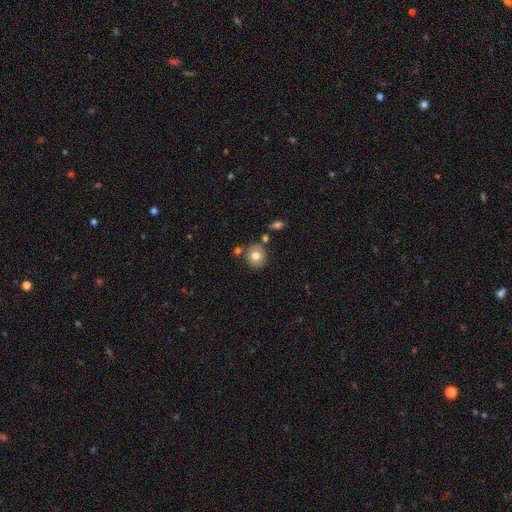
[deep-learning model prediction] A smooth galaxy with no disk features (77%) that is round (83%).

Vote fractions:
- Smooth or featured? smooth: 77% / featured or disk: 14% / star or artifact: 9%
- How rounded? round: 83% / in between: 16% / cigar-shaped: 1%
- Merging? none: 76% / minor disturbance: 11% / merger: 10% / major disturbance: 3%